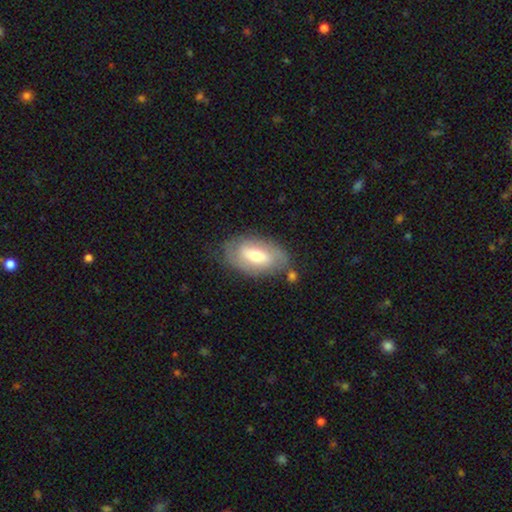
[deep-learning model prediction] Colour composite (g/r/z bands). It shows a smooth galaxy with no disk features (49%). Merging: none (70%).